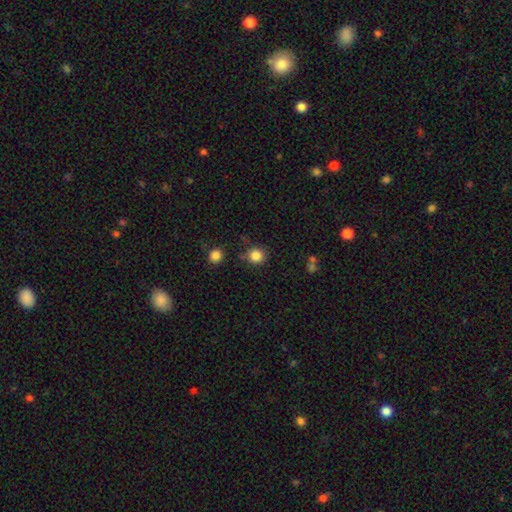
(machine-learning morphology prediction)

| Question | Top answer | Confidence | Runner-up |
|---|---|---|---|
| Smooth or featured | smooth | 85% | star or artifact (11%) |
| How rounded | round | 90% | in between (9%) |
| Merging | none | 80% | minor disturbance (11%) |